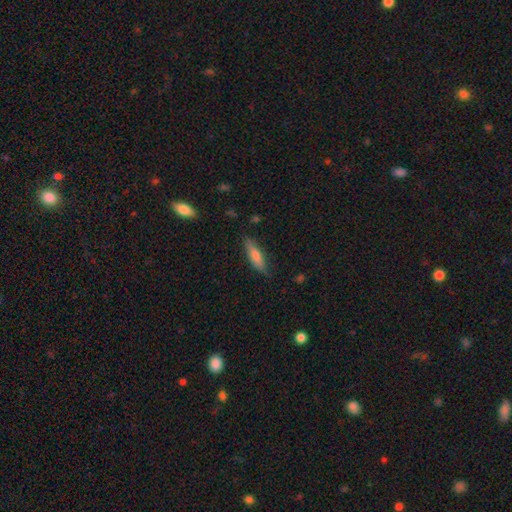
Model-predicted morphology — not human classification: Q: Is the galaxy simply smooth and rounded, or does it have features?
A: smooth — 69%.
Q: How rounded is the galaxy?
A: cigar-shaped — 73%.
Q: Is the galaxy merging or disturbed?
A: none — 81%.